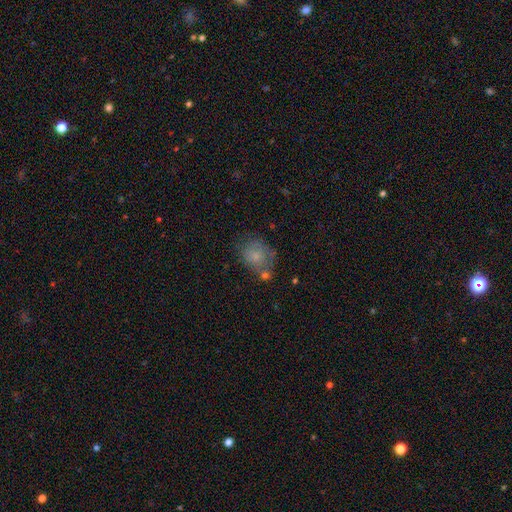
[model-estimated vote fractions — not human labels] Morphology: type=smooth (73%); roundness=round (56%); merging=none (52%).